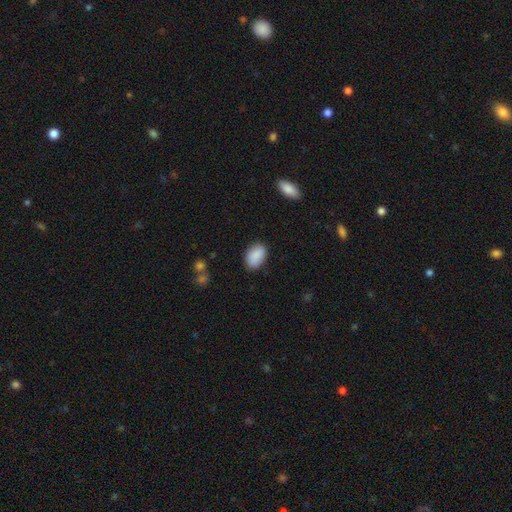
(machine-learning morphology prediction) smooth 90%, star or artifact 7%, featured or disk 4%. Down the decision tree: how rounded — in between (90%); merging — none (83%).